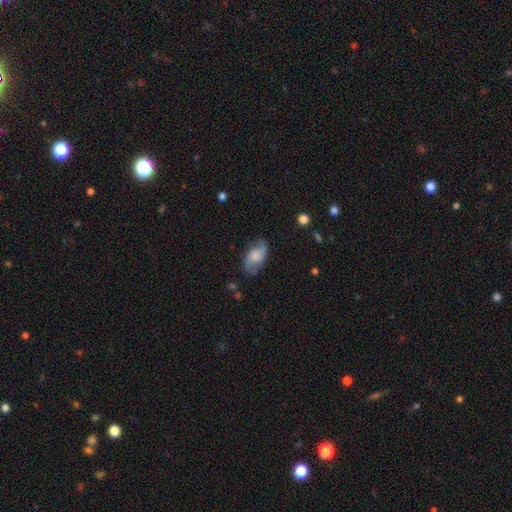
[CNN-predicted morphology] Smooth or featured? Predicted: featured or disk (p=0.56). Edge-on disk? Predicted: no (p=0.95). Bar? Predicted: no (p=0.64). Spiral arms? Predicted: yes (p=0.89). Bulge size? Predicted: moderate (p=0.31). Merging? Predicted: none (p=0.75).